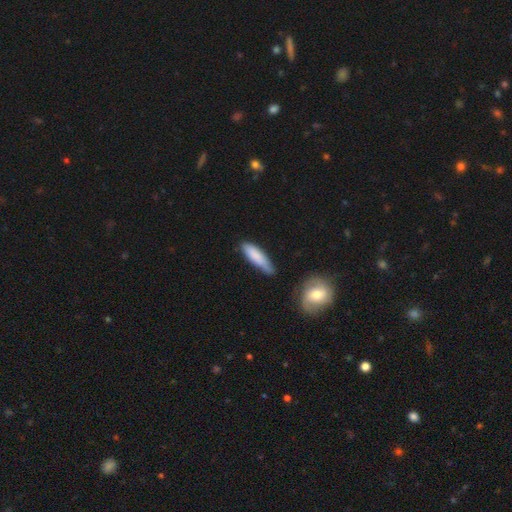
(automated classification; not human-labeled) smooth_or_featured: smooth (p=0.81) [alt: featured or disk p=0.13]
how_rounded: cigar-shaped (p=0.66) [alt: in between p=0.32]
merging: none (p=0.59) [alt: minor disturbance p=0.30]